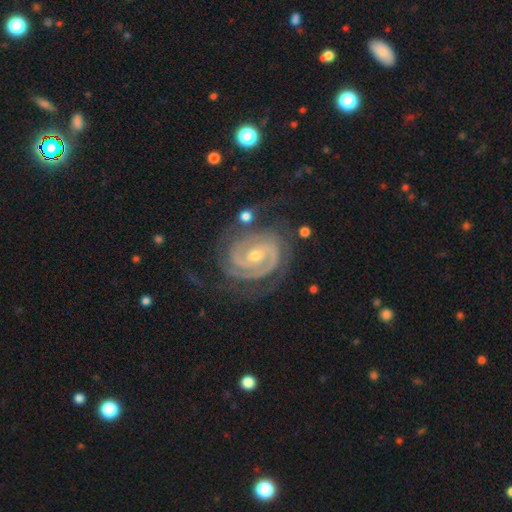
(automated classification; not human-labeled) smooth-or-featured: featured or disk: 92% | star or artifact: 5% | smooth: 3%
  disk-edge-on: no: 97% | yes: 3%
    bar: weak: 43% | no: 31% | strong: 26%
    has-spiral-arms: yes: 98% | no: 2%
      spiral-winding: tight: 77% | medium: 20% | loose: 3%
      spiral-arm-count: 2: 67% | 3: 15% | can't tell: 8% | 4: 4% | 1: 3% | more than 4: 3%
    bulge-size: small: 52% | moderate: 45% | large: 1% | none: 1% | dominant: 1%
  merging: none: 69% | minor disturbance: 18% | major disturbance: 9% | merger: 3%